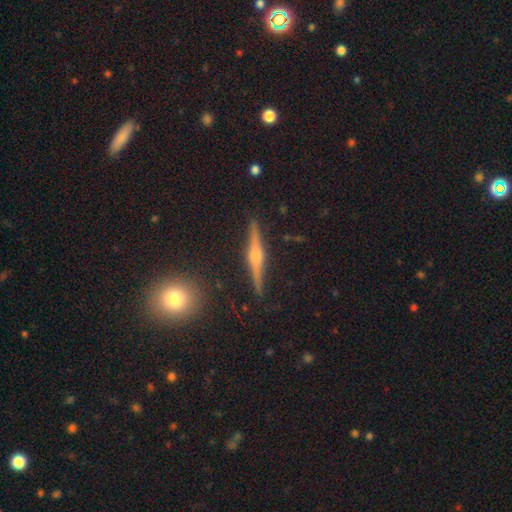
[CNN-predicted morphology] This appears to be a featured or disk galaxy (84%) viewed edge-on (98%) with a rounded central bulge (91%). Merging: none (92%).